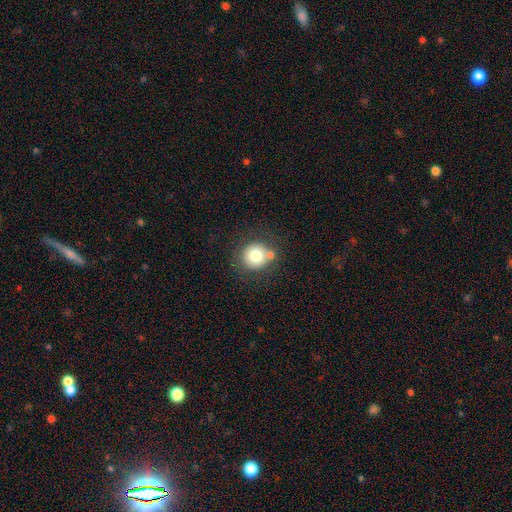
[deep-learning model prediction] Smooth or featured? smooth (75%)
How rounded? round (91%)
Merging? none (69%)